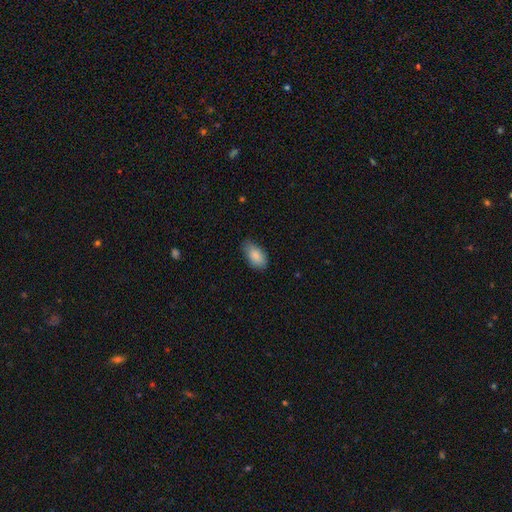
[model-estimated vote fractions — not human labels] Overall: smooth (86%). How rounded: in between (93%). Merging: none (72%).